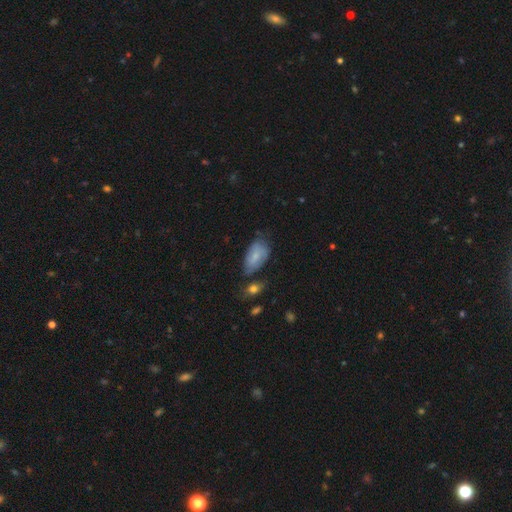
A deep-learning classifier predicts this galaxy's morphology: Q: Smooth or featured?
A: smooth (71%); runner-up: featured or disk (22%)
Q: How rounded?
A: in between (93%); runner-up: round (4%)
Q: Merging?
A: none (47%); runner-up: minor disturbance (34%)